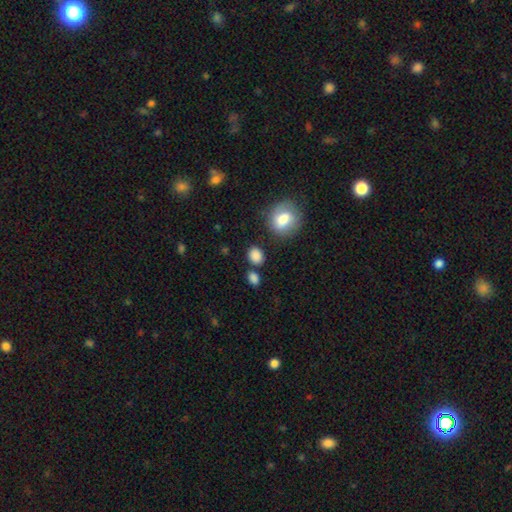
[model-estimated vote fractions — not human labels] smooth 86%, star or artifact 10%, featured or disk 4%. Down the decision tree: how rounded — round (56%); merging — none (74%).